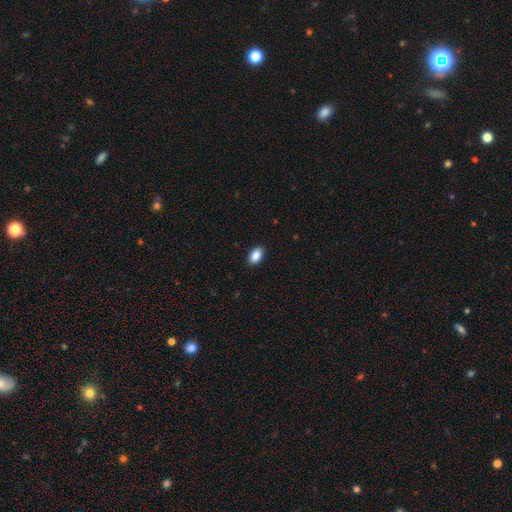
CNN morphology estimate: A smooth galaxy with no disk features (90%) that is in between round and cigar-shaped (92%). Merging: none (90%).